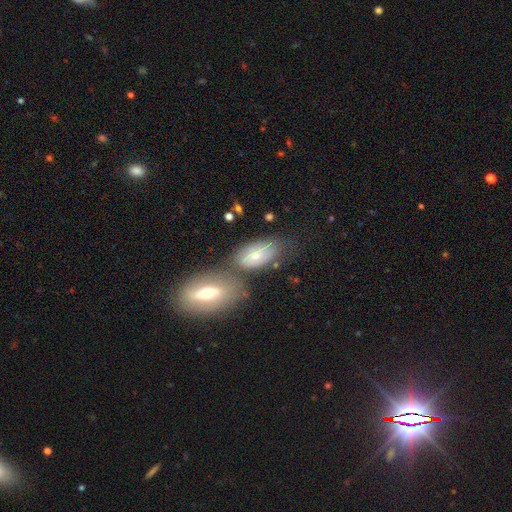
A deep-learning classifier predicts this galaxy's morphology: Smooth or featured: smooth — 62% (featured or disk — 30%)
How rounded: in between — 91% (round — 5%)
Merging: none — 49% (merger — 26%)